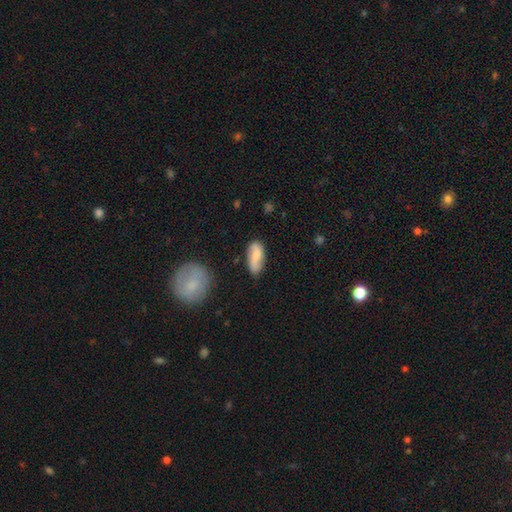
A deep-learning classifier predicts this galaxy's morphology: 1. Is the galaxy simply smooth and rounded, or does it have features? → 57% smooth, 36% featured or disk, 7% star or artifact.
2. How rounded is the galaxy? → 82% in between, 15% cigar-shaped, 3% round.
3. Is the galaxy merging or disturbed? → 74% none, 18% minor disturbance, 4% major disturbance, 3% merger.